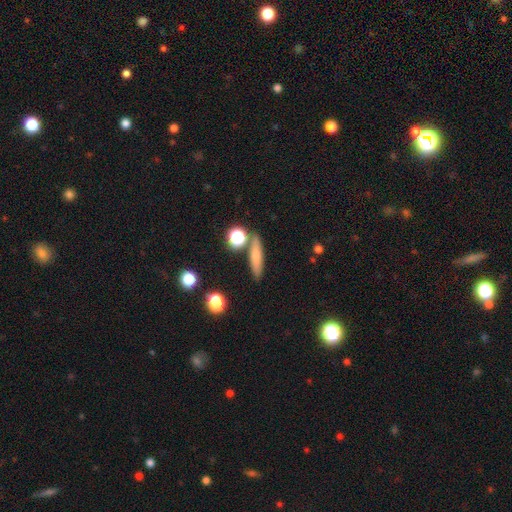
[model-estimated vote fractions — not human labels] Overall: smooth (70%). How rounded: cigar-shaped (75%). Merging: none (80%).